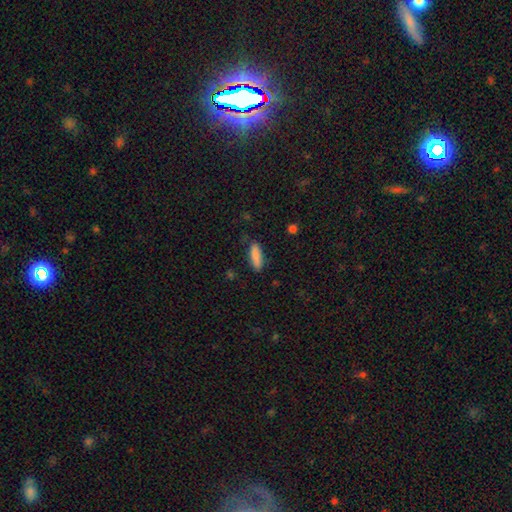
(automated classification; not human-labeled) Smooth or featured?
  - smooth: 87% *
  - star or artifact: 6%
  - featured or disk: 6%
How rounded?
  - in between: 52% *
  - cigar-shaped: 47%
  - round: 2%
Merging?
  - none: 79% *
  - minor disturbance: 16%
  - major disturbance: 4%
  - merger: 2%